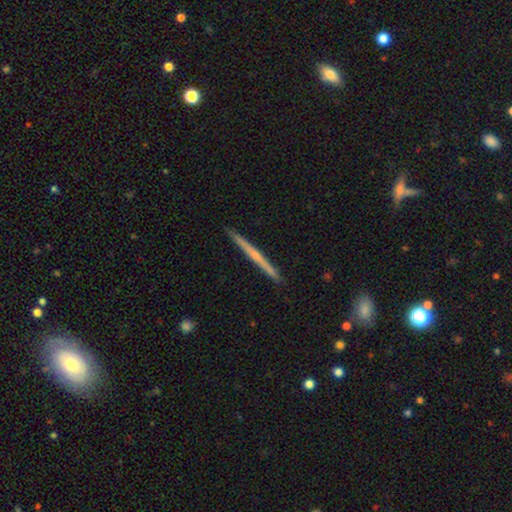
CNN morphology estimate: type=featured or disk (70%); edge-on=yes (98%); edge-on bulge=rounded (57%); merging=none (92%).